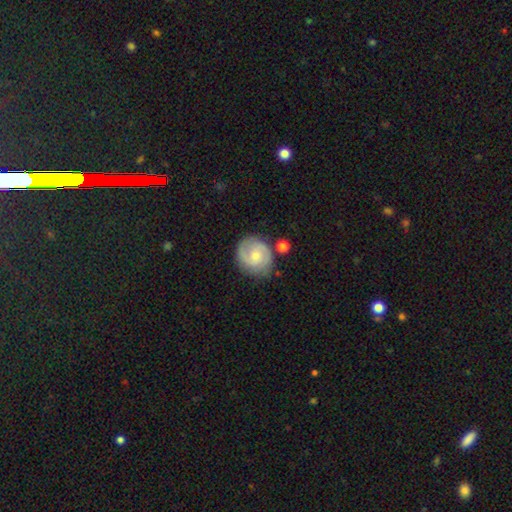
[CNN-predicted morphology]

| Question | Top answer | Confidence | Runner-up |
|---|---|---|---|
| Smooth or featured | featured or disk | 63% | smooth (30%) |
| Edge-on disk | no | 98% | yes (2%) |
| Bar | no | 60% | weak (35%) |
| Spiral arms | yes | 89% | no (11%) |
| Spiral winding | medium | 43% | tight (42%) |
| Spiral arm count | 2 | 73% | can't tell (14%) |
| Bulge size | small | 54% | moderate (40%) |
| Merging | none | 72% | minor disturbance (17%) |